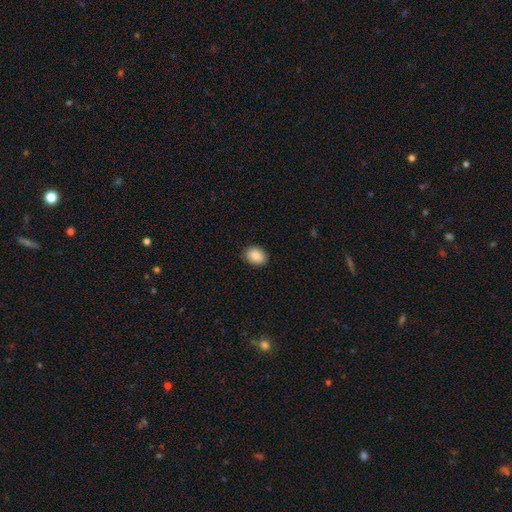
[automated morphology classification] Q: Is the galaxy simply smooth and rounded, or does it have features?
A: smooth — 87%.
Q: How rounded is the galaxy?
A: in between — 75%.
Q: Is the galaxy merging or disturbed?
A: none — 88%.